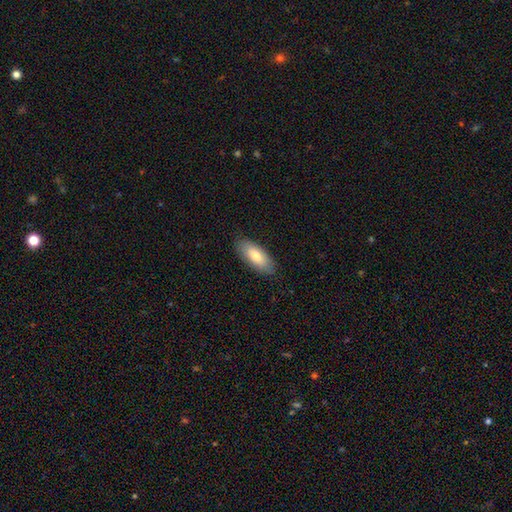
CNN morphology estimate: Q: Smooth or featured?
A: smooth (79%); runner-up: featured or disk (15%)
Q: How rounded?
A: in between (82%); runner-up: cigar-shaped (16%)
Q: Merging?
A: none (86%); runner-up: minor disturbance (10%)